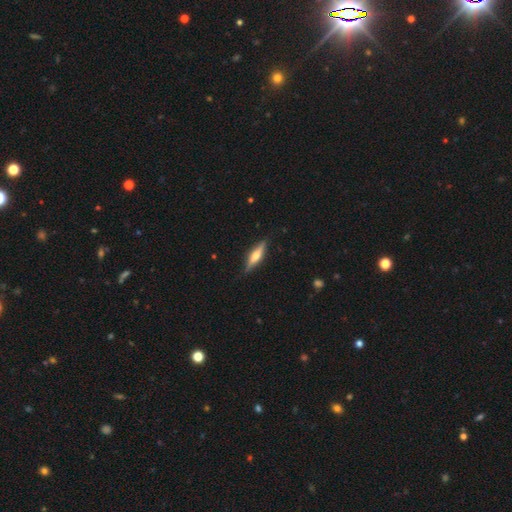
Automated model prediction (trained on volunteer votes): This appears to be a featured or disk galaxy (56%) viewed edge-on (95%) with a rounded central bulge (89%). Merging: none (87%).